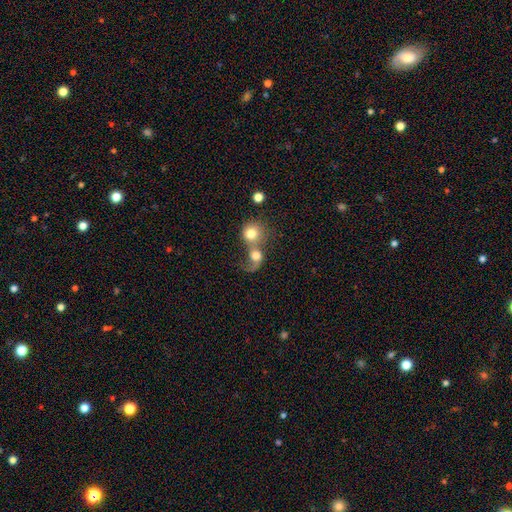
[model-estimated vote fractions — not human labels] Smooth or featured? smooth (64%)
How rounded? round (75%)
Merging? merger (69%)